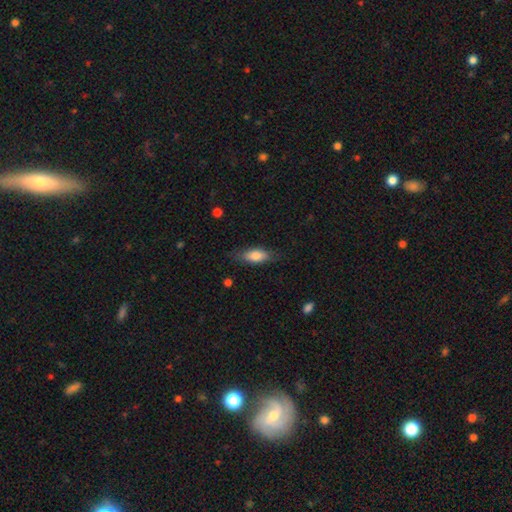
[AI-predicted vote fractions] The model was most divided on "how rounded": in between: 77%, cigar-shaped: 20%, round: 3%. More confident: smooth or featured — smooth (78%); merging — none (77%).